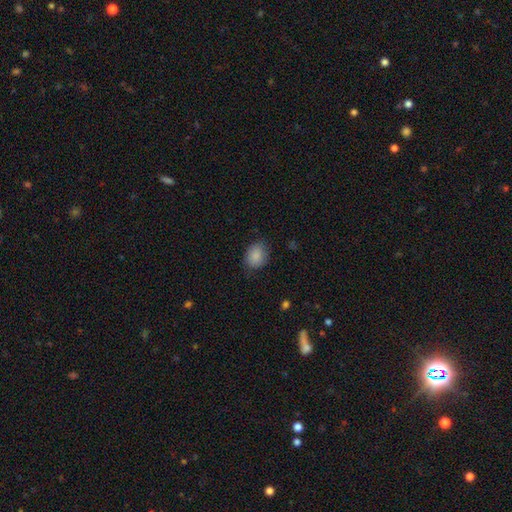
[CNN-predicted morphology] Smooth or featured: smooth — 87% (star or artifact — 8%)
How rounded: round — 50% (in between — 49%)
Merging: none — 75% (minor disturbance — 20%)